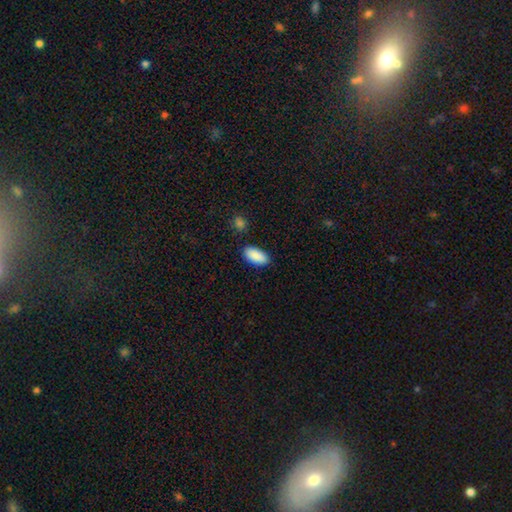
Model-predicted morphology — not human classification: smooth 90%, star or artifact 6%, featured or disk 3%. Down the decision tree: how rounded — in between (92%); merging — none (85%).